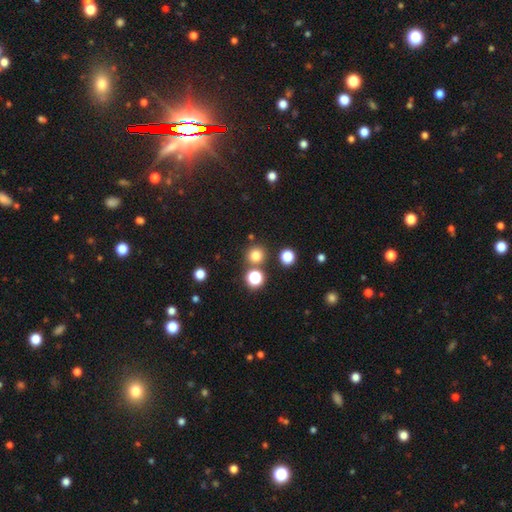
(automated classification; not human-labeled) Smooth or featured? smooth (77%)
How rounded? round (93%)
Merging? none (81%)